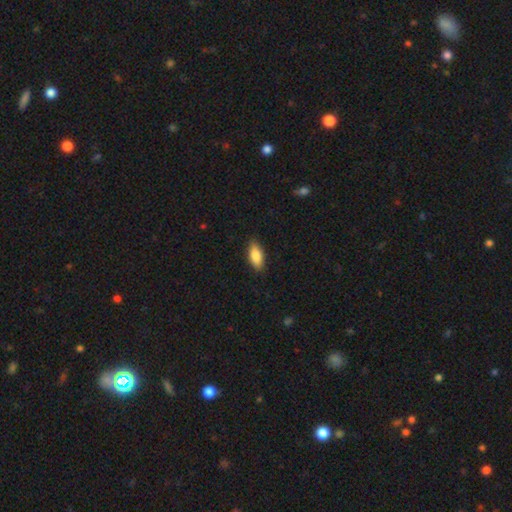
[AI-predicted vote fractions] This is clearly a smooth galaxy (84%). How rounded: clearly in between (84%). Merging: clearly none (87%).